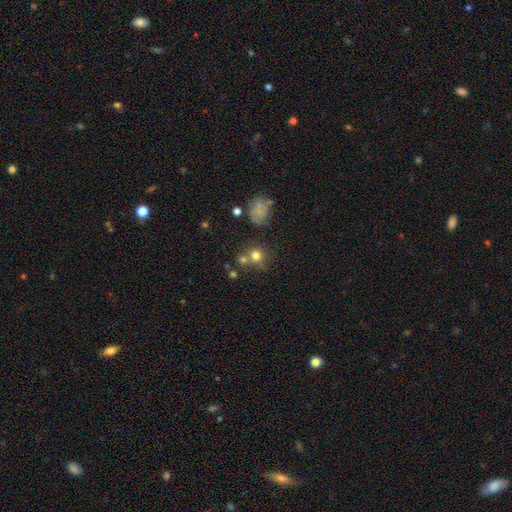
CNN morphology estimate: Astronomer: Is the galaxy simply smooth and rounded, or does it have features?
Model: smooth — 73%.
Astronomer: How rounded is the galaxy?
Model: round — 86%.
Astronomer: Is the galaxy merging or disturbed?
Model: none — 56%.